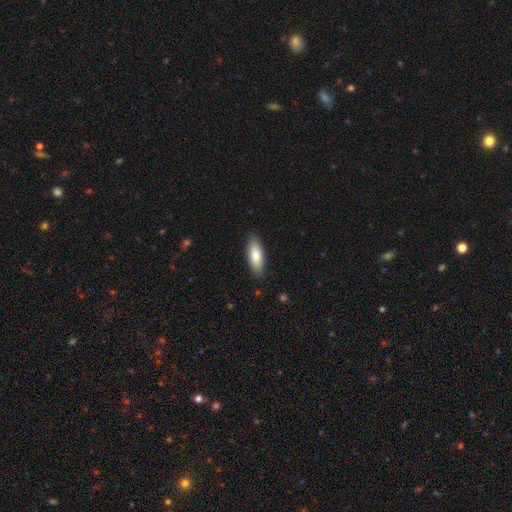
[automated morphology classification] type=smooth (77%); roundness=in between (73%); merging=none (87%).